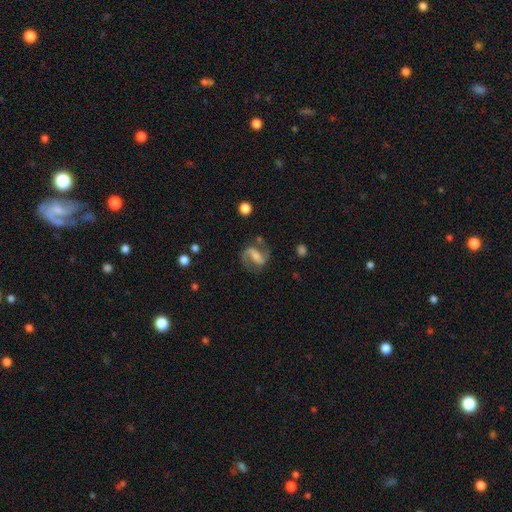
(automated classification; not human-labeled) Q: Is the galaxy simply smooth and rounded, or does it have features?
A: featured or disk — 86%.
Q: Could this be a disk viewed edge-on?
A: no — 97%.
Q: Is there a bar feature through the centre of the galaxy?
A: strong — 46%.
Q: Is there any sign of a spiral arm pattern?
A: yes — 96%.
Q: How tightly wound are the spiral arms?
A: medium — 55%.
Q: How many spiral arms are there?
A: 2 — 92%.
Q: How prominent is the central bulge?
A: small — 41%.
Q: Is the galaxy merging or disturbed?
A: none — 76%.